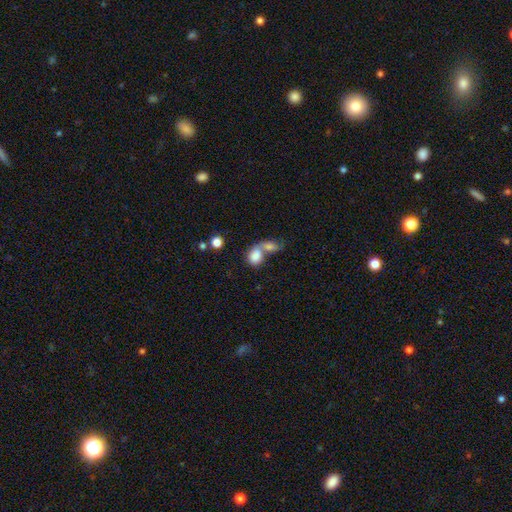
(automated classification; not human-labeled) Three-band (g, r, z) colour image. It shows a smooth galaxy with no disk features (81%) that is in between round and cigar-shaped (67%). Merging: merger (69%).